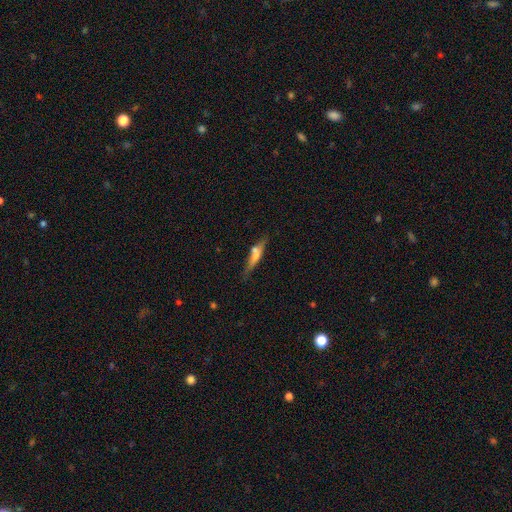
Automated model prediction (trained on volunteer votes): smooth_or_featured: smooth (p=0.53) [alt: featured or disk p=0.40]
how_rounded: cigar-shaped (p=0.78) [alt: in between p=0.20]
merging: none (p=0.60) [alt: minor disturbance p=0.21]